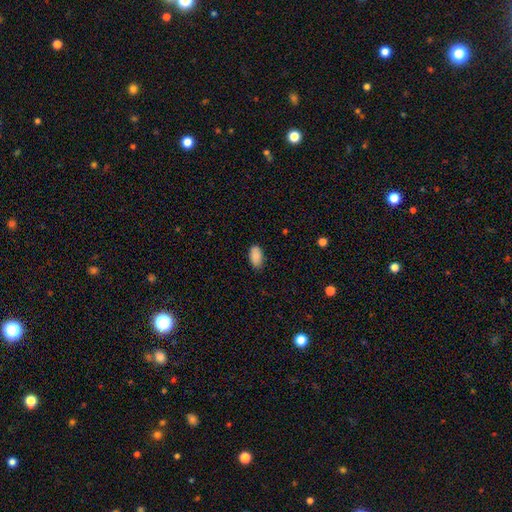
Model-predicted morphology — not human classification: type=smooth (89%); roundness=in between (94%); merging=none (82%).